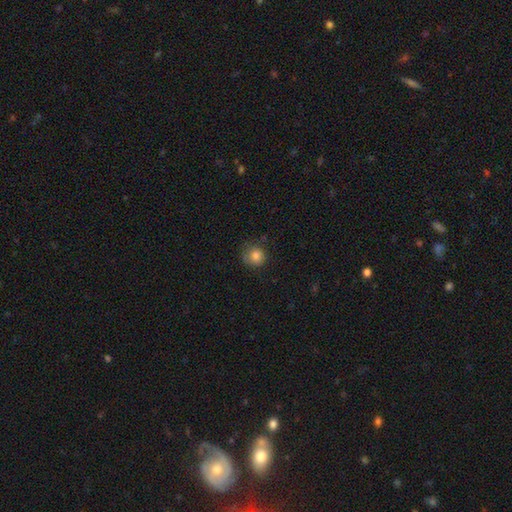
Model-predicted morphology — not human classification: A smooth galaxy with no disk features (82%) that is round (89%). Merging: none (72%).